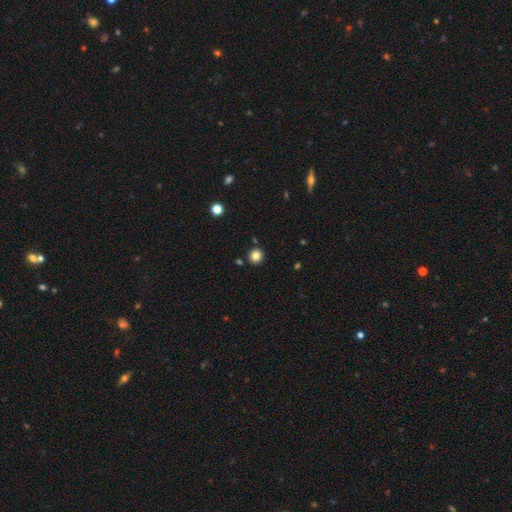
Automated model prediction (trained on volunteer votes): This is clearly a smooth galaxy (83%). How rounded: clearly round (93%). Merging: clearly none (90%).